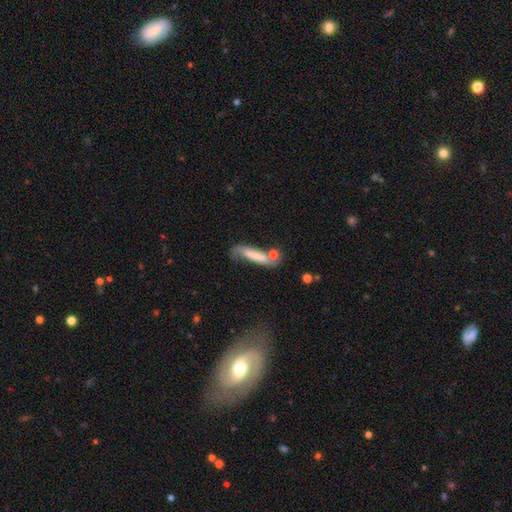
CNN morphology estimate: Q: Smooth or featured?
A: smooth (59%); runner-up: featured or disk (33%)
Q: How rounded?
A: cigar-shaped (72%); runner-up: in between (25%)
Q: Merging?
A: none (36%); runner-up: minor disturbance (24%)